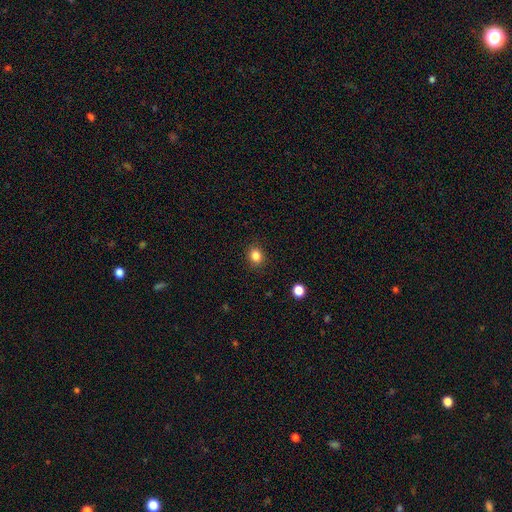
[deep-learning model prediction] Q: Smooth or featured?
A: smooth (84%); runner-up: star or artifact (11%)
Q: How rounded?
A: round (62%); runner-up: in between (37%)
Q: Merging?
A: none (88%); runner-up: minor disturbance (8%)